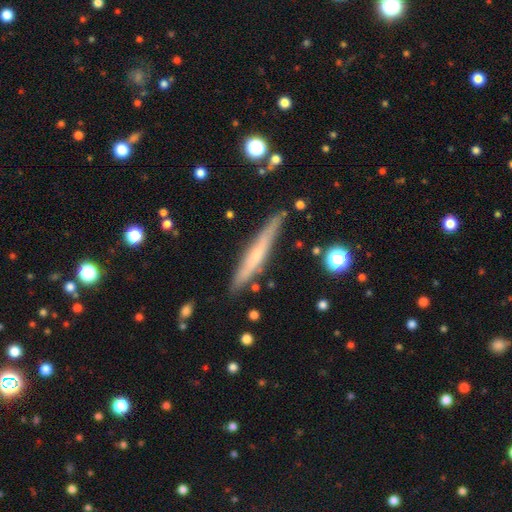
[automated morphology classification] Smooth or featured? smooth (48%)
Merging? none (83%)